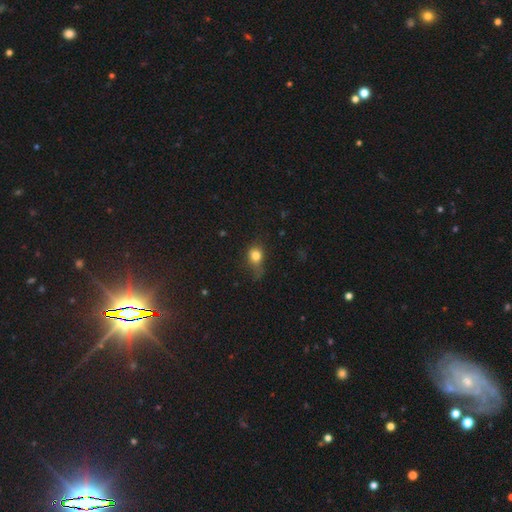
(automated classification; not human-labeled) A smooth galaxy with no disk features (79%) that is round (61%).

Vote fractions:
- Smooth or featured? smooth: 79% / star or artifact: 12% / featured or disk: 9%
- How rounded? round: 61% / in between: 37% / cigar-shaped: 2%
- Merging? none: 48% / minor disturbance: 33% / major disturbance: 17% / merger: 3%